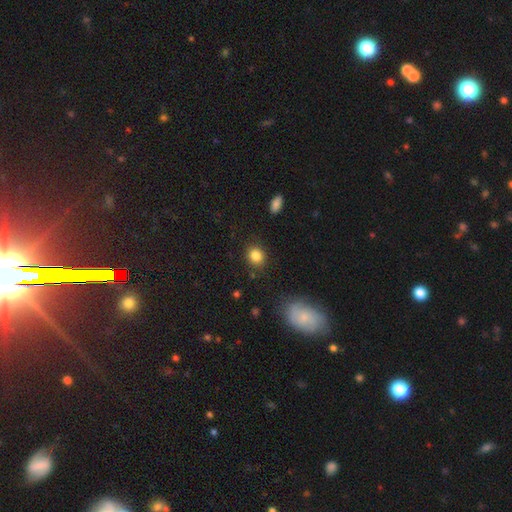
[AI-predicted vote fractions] Morphology: type=smooth (84%); roundness=round (75%); merging=none (87%).